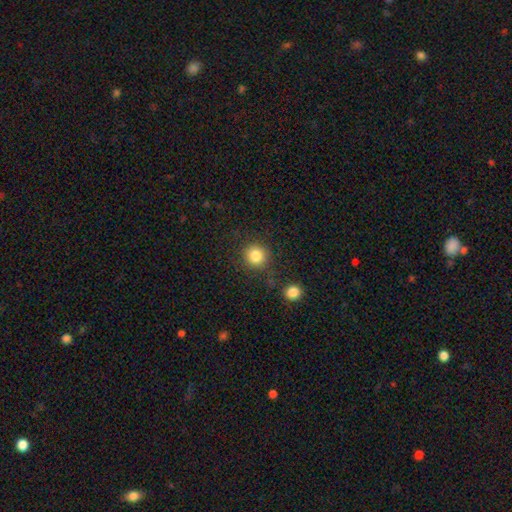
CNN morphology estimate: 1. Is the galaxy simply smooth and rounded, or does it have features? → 84% smooth, 10% star or artifact, 5% featured or disk.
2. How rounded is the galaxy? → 92% round, 7% in between, 1% cigar-shaped.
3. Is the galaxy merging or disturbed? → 84% none, 9% minor disturbance, 4% merger, 4% major disturbance.